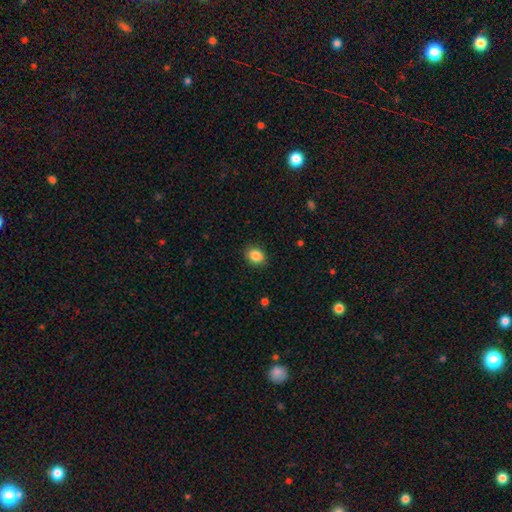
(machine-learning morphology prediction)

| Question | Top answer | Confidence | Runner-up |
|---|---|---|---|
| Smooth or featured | smooth | 86% | star or artifact (9%) |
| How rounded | in between | 50% | round (49%) |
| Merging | none | 88% | minor disturbance (8%) |